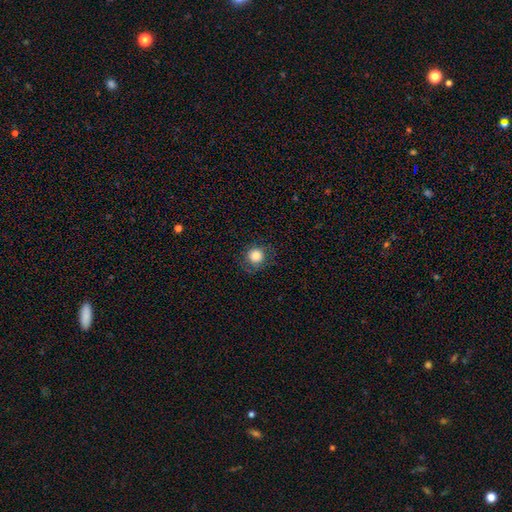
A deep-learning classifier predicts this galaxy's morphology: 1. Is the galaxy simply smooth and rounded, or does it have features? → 79% smooth, 11% featured or disk, 10% star or artifact.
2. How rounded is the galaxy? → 93% round, 7% in between, 1% cigar-shaped.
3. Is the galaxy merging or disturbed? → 79% none, 13% minor disturbance, 7% major disturbance, 1% merger.